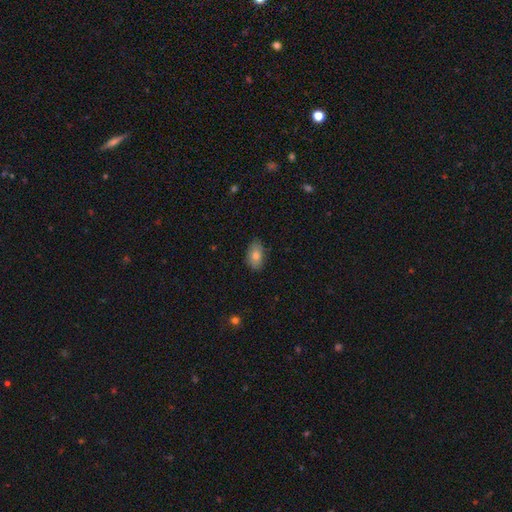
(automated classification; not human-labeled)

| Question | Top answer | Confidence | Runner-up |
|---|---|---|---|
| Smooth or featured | smooth | 78% | featured or disk (14%) |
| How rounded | in between | 91% | round (7%) |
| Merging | none | 82% | minor disturbance (15%) |